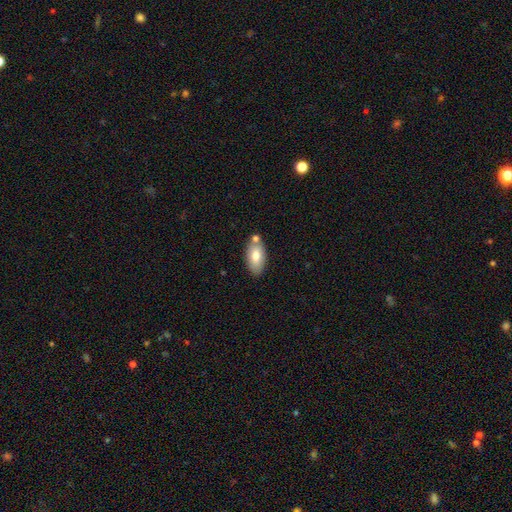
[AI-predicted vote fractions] Morphology: type=smooth (75%); roundness=in between (93%); merging=none (68%).